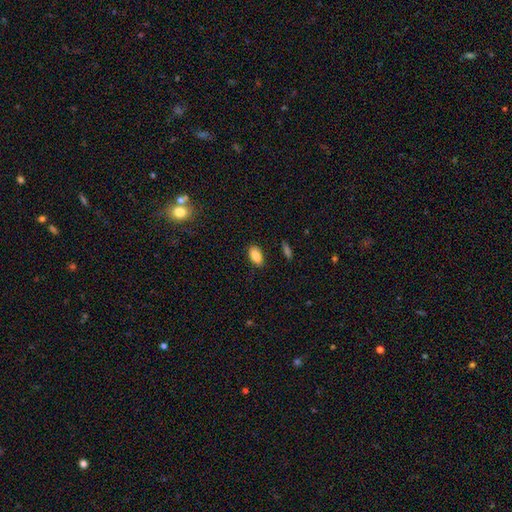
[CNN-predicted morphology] smooth_or_featured: smooth (p=0.87) [alt: star or artifact p=0.08]
how_rounded: in between (p=0.91) [alt: cigar-shaped p=0.05]
merging: none (p=0.85) [alt: minor disturbance p=0.11]